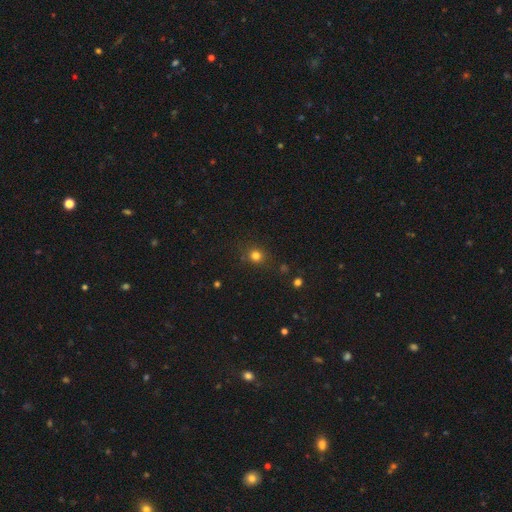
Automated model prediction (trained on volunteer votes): Smooth or featured? Predicted: smooth (p=0.78). How rounded? Predicted: round (p=0.85). Merging? Predicted: none (p=0.85).